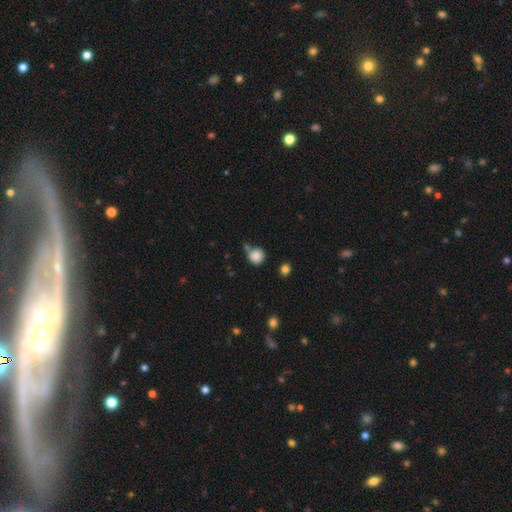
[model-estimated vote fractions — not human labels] This is clearly a smooth galaxy (85%). How rounded: clearly round (89%). Merging: likely none (65%).